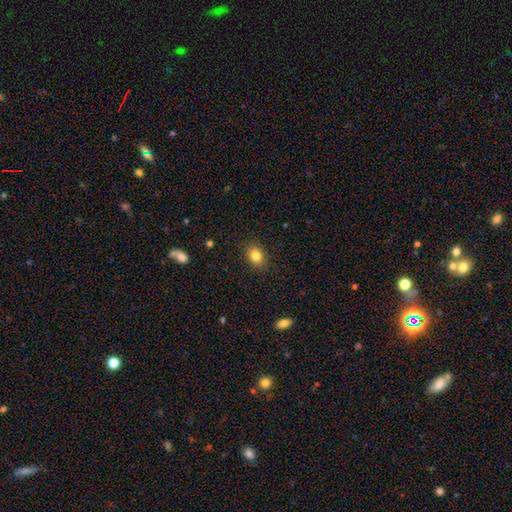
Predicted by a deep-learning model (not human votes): Smooth or featured? smooth (84%)
How rounded? in between (56%)
Merging? none (87%)